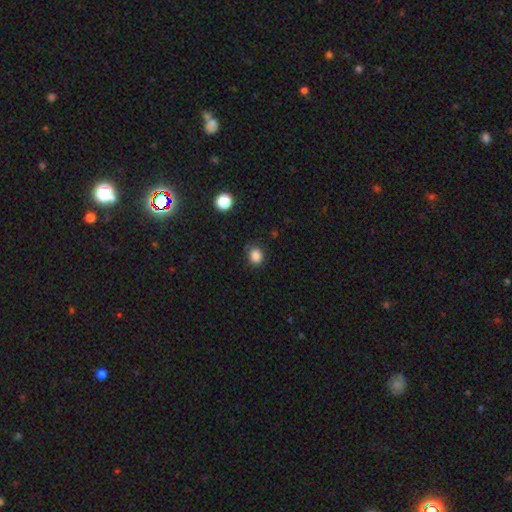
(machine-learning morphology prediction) smooth_or_featured: smooth (p=0.85) [alt: star or artifact p=0.11]
how_rounded: round (p=0.68) [alt: in between p=0.31]
merging: none (p=0.79) [alt: minor disturbance p=0.15]